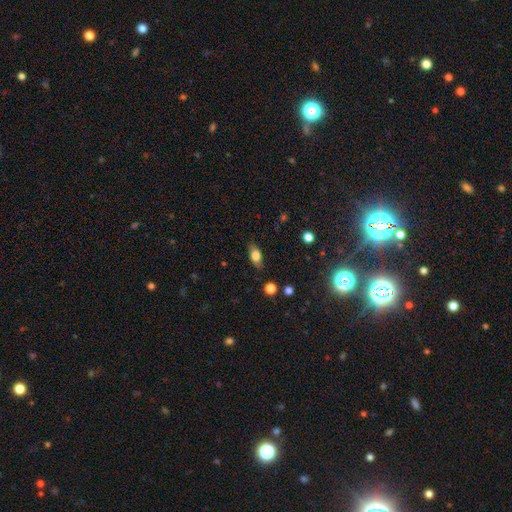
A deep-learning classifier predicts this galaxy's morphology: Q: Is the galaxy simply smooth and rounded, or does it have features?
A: smooth — 72%.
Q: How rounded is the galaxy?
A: in between — 82%.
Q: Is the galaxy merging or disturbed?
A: none — 84%.